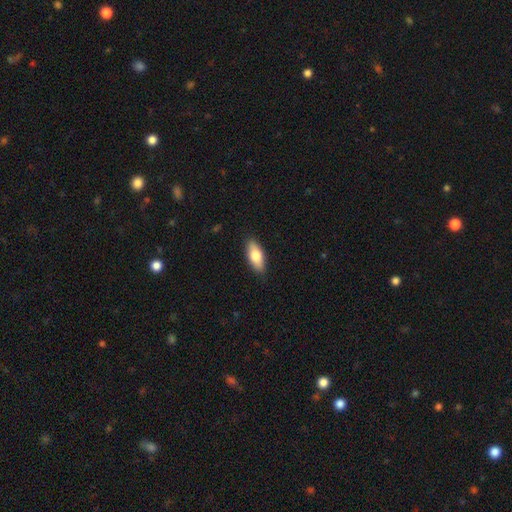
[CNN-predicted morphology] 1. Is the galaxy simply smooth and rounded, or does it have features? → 73% smooth, 21% featured or disk, 6% star or artifact.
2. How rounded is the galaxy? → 80% in between, 17% cigar-shaped, 3% round.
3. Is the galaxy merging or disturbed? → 88% none, 9% minor disturbance, 2% major disturbance, 1% merger.